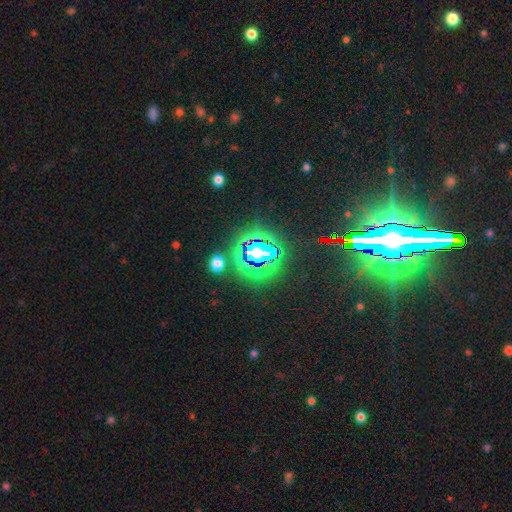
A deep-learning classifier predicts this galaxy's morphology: star or artifact 83%, featured or disk 9%, smooth 8%.